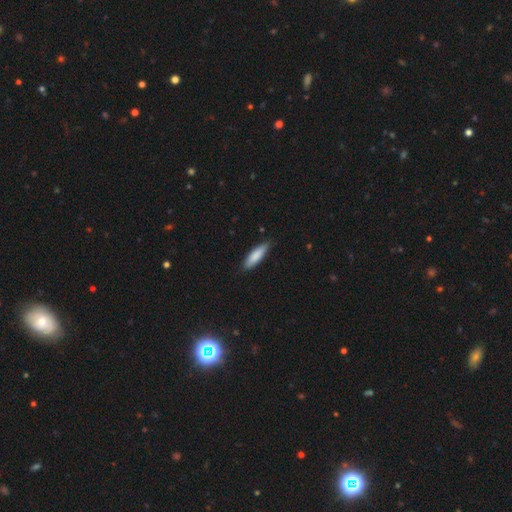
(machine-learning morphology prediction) smooth 84%, featured or disk 11%, star or artifact 5%. Down the decision tree: how rounded — cigar-shaped (61%); merging — none (82%).